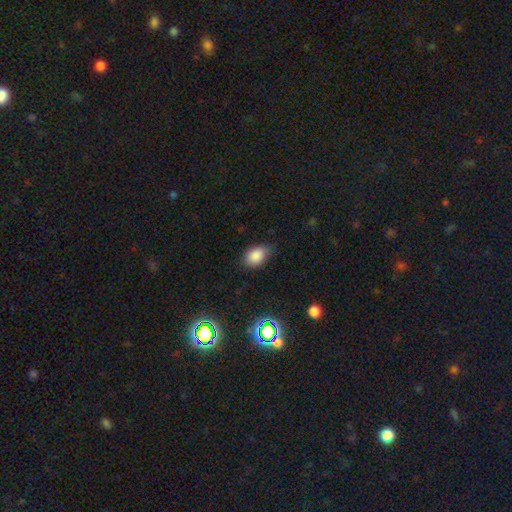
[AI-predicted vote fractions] This is clearly a smooth galaxy (84%). How rounded: clearly in between (81%). Merging: likely none (71%).